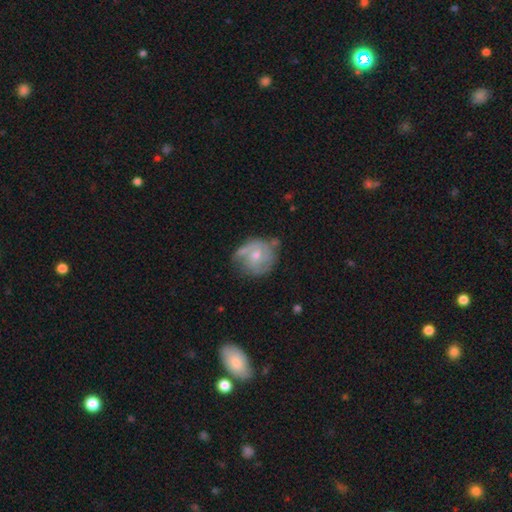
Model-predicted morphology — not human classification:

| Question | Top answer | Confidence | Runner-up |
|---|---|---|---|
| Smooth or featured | featured or disk | 61% | smooth (32%) |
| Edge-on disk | no | 97% | yes (3%) |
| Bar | no | 67% | weak (28%) |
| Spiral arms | yes | 72% | no (28%) |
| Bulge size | moderate | 55% | small (40%) |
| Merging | none | 50% | minor disturbance (30%) |